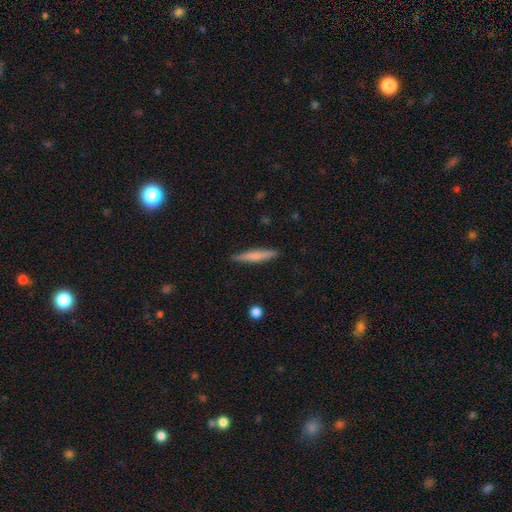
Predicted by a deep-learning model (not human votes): smooth 61%, featured or disk 33%, star or artifact 6%. Down the decision tree: how rounded — cigar-shaped (92%); merging — none (88%).